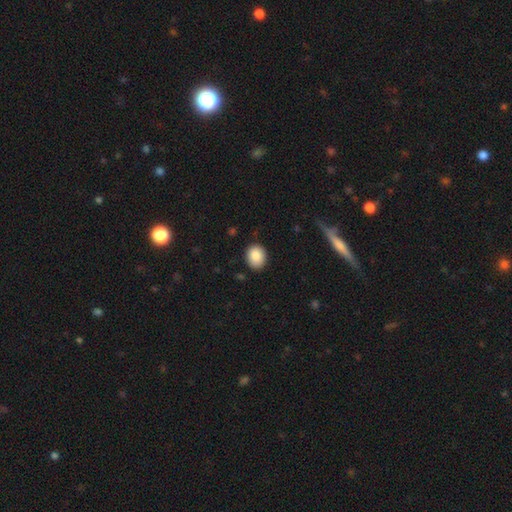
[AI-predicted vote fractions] Morphology: type=smooth (86%); roundness=round (54%); merging=none (86%).